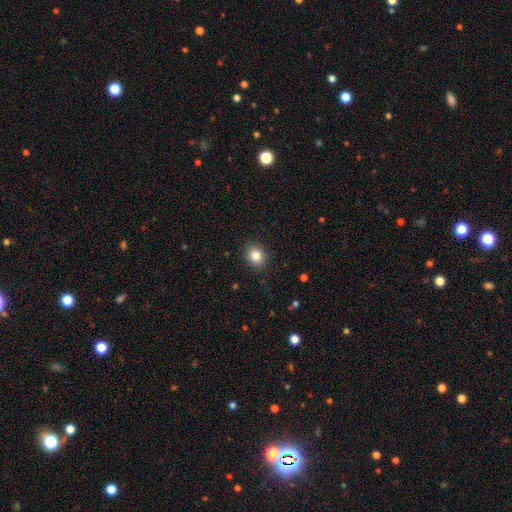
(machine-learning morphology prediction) smooth_or_featured: smooth (p=0.85) [alt: star or artifact p=0.10]
how_rounded: round (p=0.60) [alt: in between p=0.39]
merging: none (p=0.90) [alt: minor disturbance p=0.07]